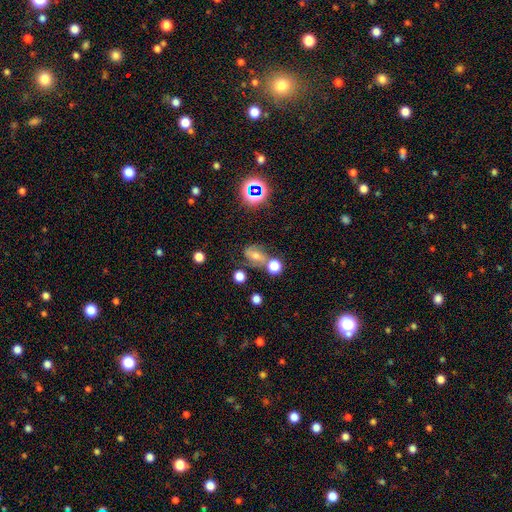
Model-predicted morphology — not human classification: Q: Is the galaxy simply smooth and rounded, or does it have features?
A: smooth — 43%.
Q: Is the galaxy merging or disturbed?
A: none — 54%.